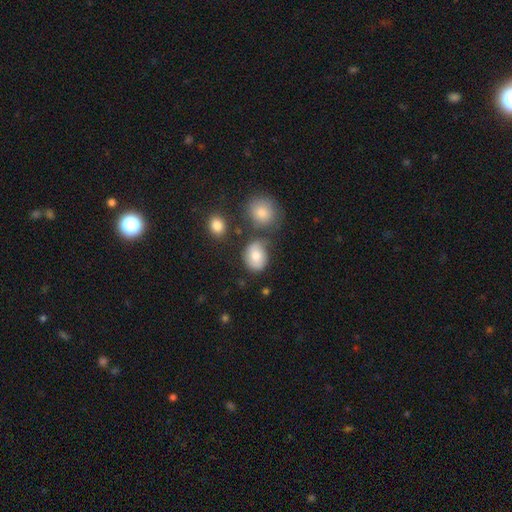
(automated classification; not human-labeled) Q: Smooth or featured?
A: smooth (76%); runner-up: featured or disk (15%)
Q: How rounded?
A: round (50%); runner-up: in between (49%)
Q: Merging?
A: none (60%); runner-up: minor disturbance (21%)